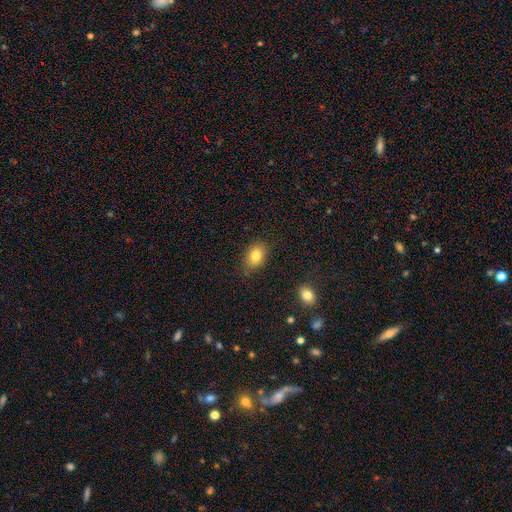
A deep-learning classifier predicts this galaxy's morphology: A smooth galaxy with no disk features (82%) that is in between round and cigar-shaped (76%). Merging: none (82%).